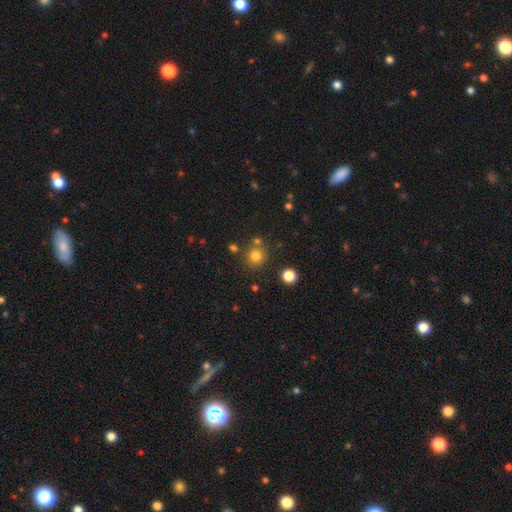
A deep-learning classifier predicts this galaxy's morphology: Smooth or featured?
  - smooth: 78% *
  - star or artifact: 16%
  - featured or disk: 7%
How rounded?
  - round: 89% *
  - in between: 10%
  - cigar-shaped: 1%
Merging?
  - none: 77% *
  - merger: 11%
  - minor disturbance: 9%
  - major disturbance: 3%